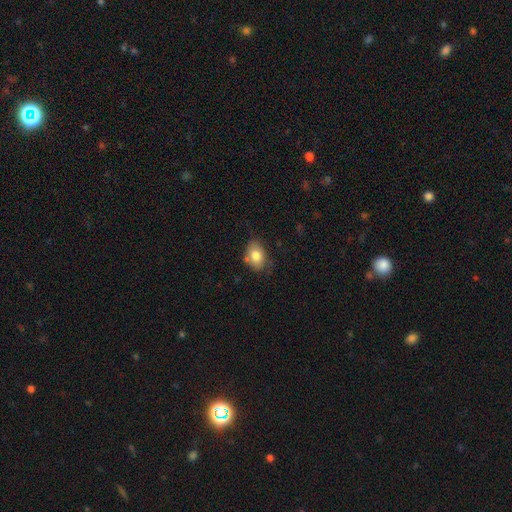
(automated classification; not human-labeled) This is likely a smooth galaxy (79%). How rounded: likely in between (79%). Merging: likely none (62%).